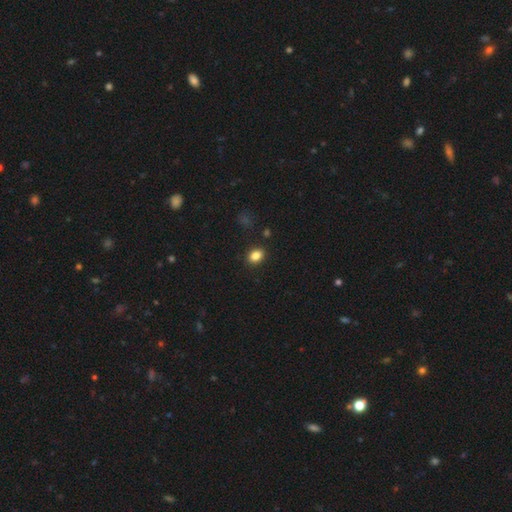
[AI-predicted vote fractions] smooth 84%, star or artifact 11%, featured or disk 5%. Down the decision tree: how rounded — in between (66%); merging — none (88%).